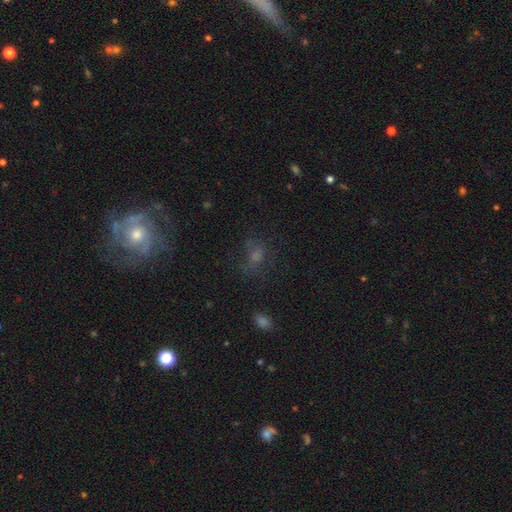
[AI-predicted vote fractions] A smooth galaxy with no disk features (45%). Merging: none (56%).